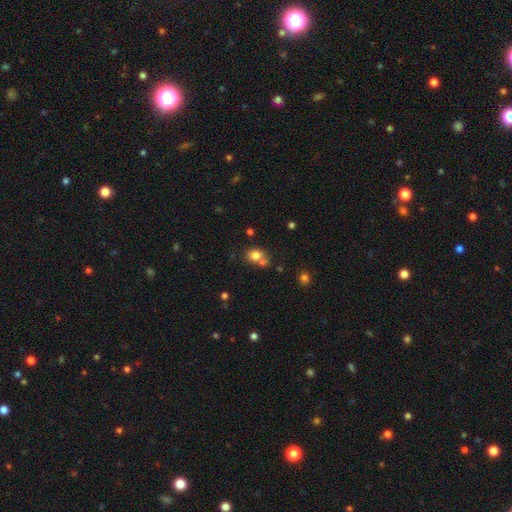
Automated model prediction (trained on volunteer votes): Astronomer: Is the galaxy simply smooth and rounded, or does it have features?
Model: smooth — 78%.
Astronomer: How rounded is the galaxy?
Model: round — 68%.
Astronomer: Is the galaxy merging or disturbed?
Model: none — 49% (runner-up: merger, 36%).